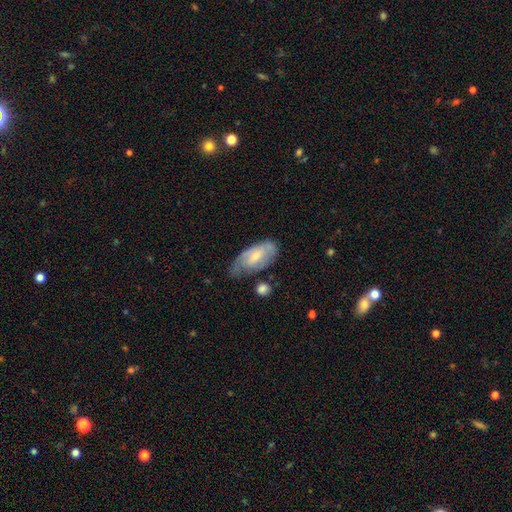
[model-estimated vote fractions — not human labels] Smooth or featured? featured or disk (55%)
Edge-on disk? no (91%)
Bar? weak (47%)
Spiral arms? yes (76%)
Bulge size? small (51%)
Merging? none (47%)